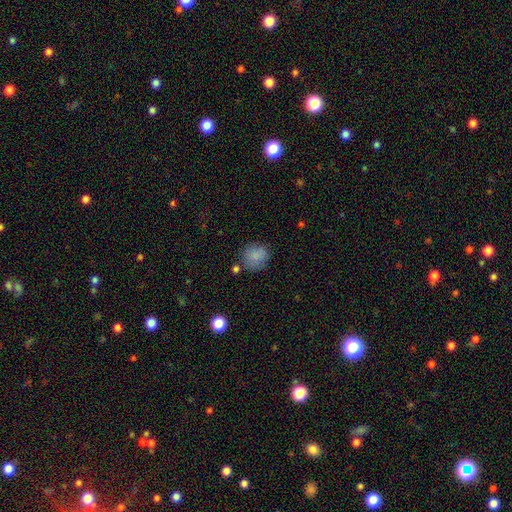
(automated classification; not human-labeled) Smooth or featured? smooth (83%)
How rounded? round (81%)
Merging? none (70%)